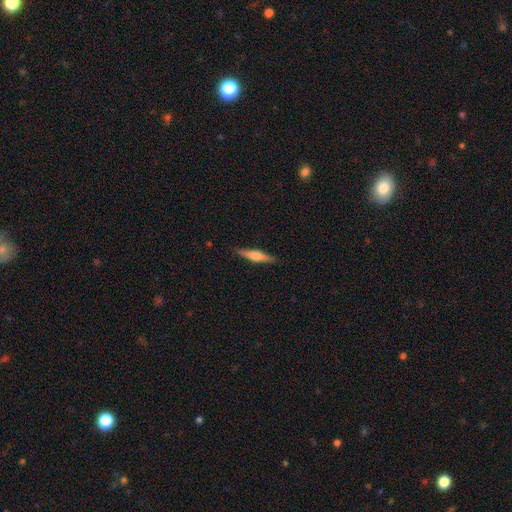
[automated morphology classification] This appears to be a featured or disk galaxy (50%) viewed edge-on (96%). Merging: none (88%).